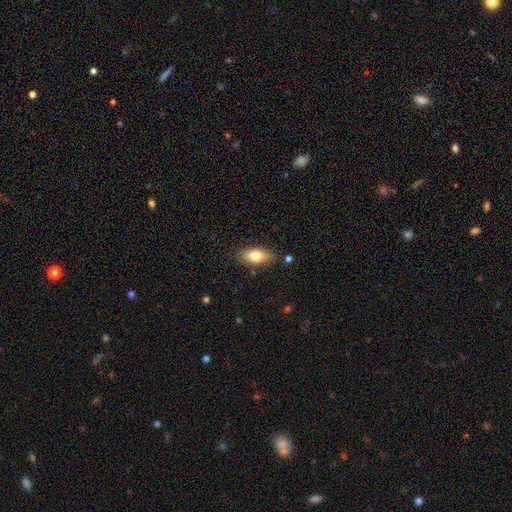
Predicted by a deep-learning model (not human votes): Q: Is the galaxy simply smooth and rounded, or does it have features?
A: smooth — 75%.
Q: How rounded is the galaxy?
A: in between — 85%.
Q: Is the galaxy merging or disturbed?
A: none — 82%.